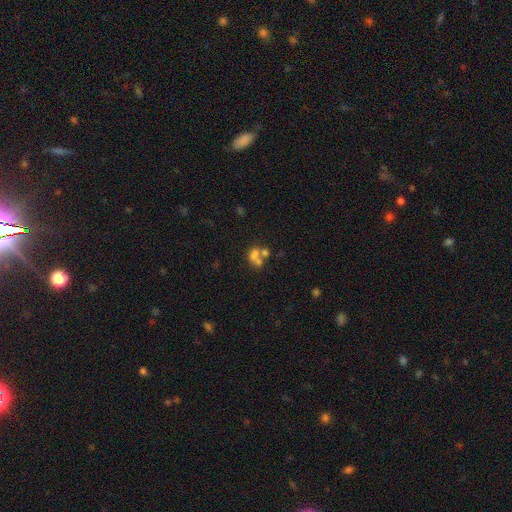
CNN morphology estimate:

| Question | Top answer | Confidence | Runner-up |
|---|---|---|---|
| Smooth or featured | smooth | 56% | featured or disk (27%) |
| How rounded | in between | 58% | round (39%) |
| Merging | merger | 58% | none (25%) |